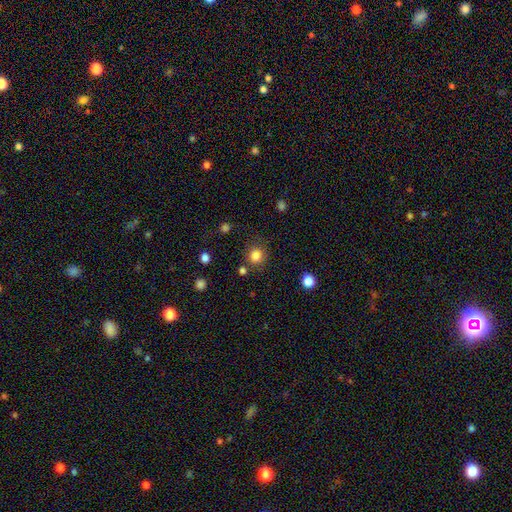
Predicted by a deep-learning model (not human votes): Overall: smooth (83%). How rounded: round (91%). Merging: none (82%).